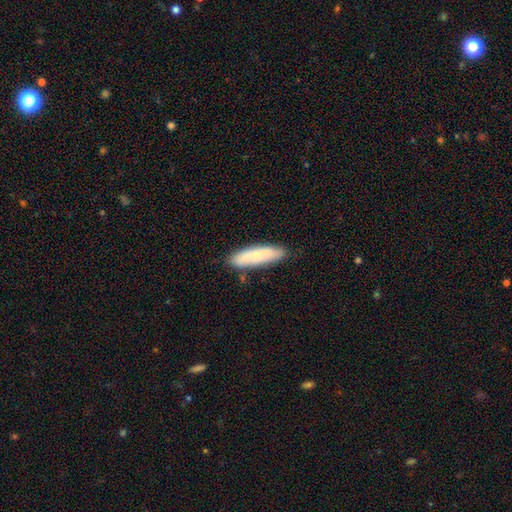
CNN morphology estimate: This is likely a smooth galaxy (71%). How rounded: likely cigar-shaped (64%). Merging: clearly none (80%).